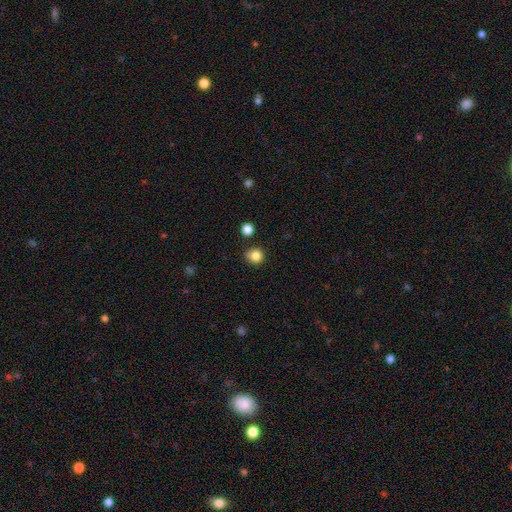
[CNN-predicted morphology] smooth-or-featured: smooth: 83% | star or artifact: 12% | featured or disk: 5%
  how-rounded: round: 91% | in between: 8% | cigar-shaped: 1%
  merging: none: 81% | minor disturbance: 11% | merger: 4% | major disturbance: 3%